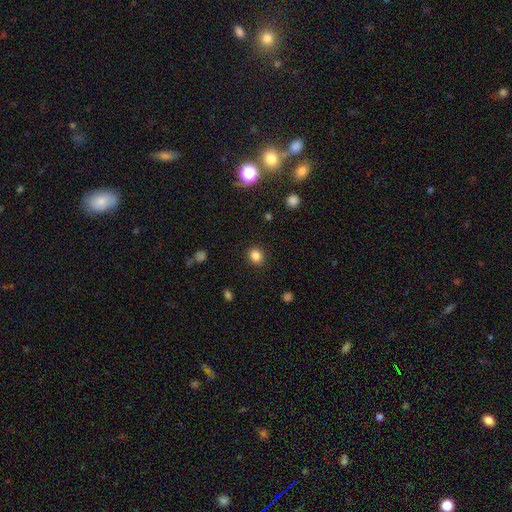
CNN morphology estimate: smooth 84%, star or artifact 12%, featured or disk 4%. Down the decision tree: how rounded — round (79%); merging — none (90%).